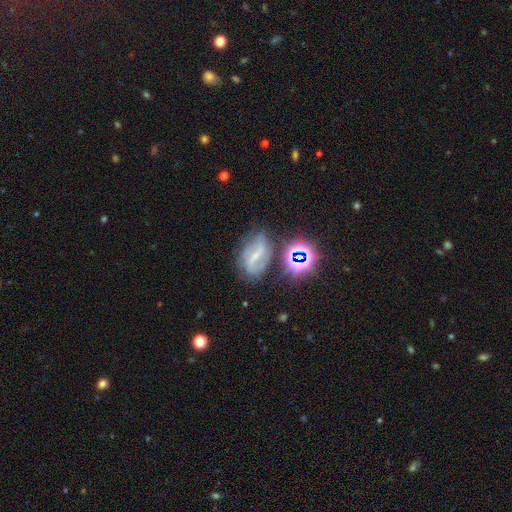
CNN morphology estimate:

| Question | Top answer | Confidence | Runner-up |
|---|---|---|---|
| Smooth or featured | featured or disk | 70% | star or artifact (17%) |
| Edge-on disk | no | 95% | yes (5%) |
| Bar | strong | 46% | weak (38%) |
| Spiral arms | yes | 90% | no (10%) |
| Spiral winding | medium | 41% | loose (40%) |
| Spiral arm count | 2 | 79% | can't tell (11%) |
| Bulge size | small | 67% | moderate (20%) |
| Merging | none | 64% | minor disturbance (20%) |